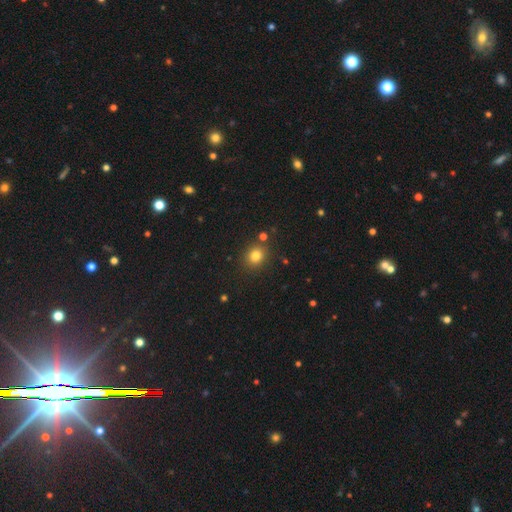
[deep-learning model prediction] Overall: smooth (81%). How rounded: round (74%). Merging: none (83%).